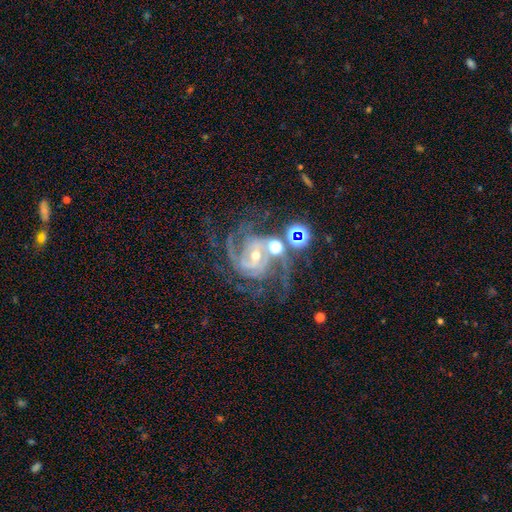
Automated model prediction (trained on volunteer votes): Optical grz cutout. It shows a featured or disk galaxy (87%) with no bar (38%, tied with weak), 3 (34%, tied with 2) medium (46%) spiral arms (98%) and a small central bulge (49%). Merging: none (55%).